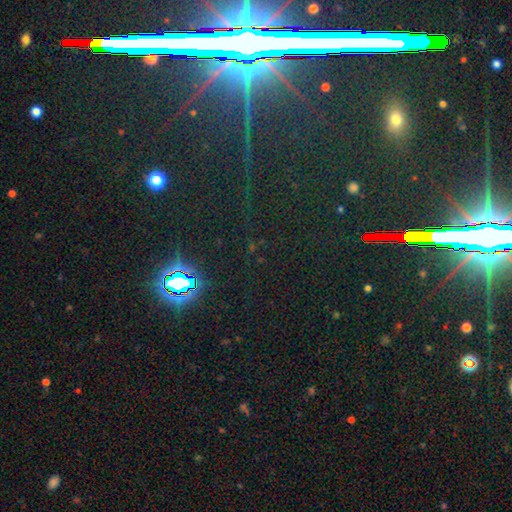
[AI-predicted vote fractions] A star or artifact, not a galaxy (82%).

Vote fractions:
- Smooth or featured? star or artifact: 82% / smooth: 10% / featured or disk: 8%